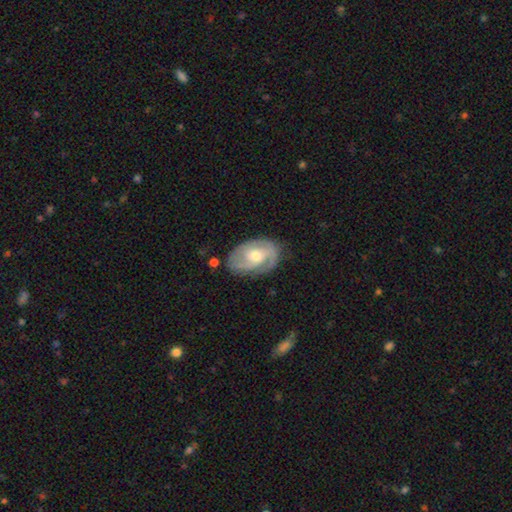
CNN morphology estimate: A featured or disk galaxy (78%) with no bar (56%), 2 (53%) tight (45%) spiral arms (91%) and a moderate central bulge (66%). Merging: none (72%).